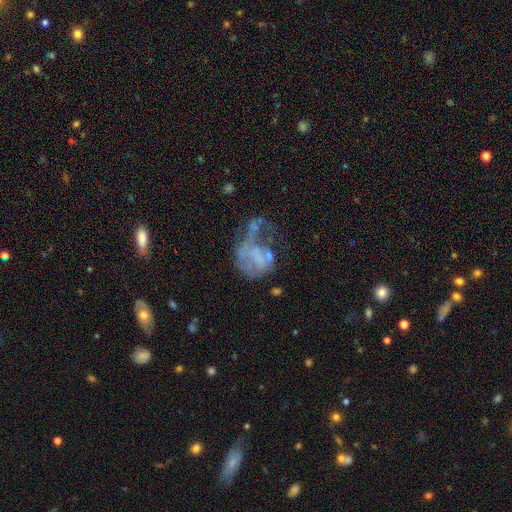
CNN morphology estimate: featured or disk 54%, smooth 30%, star or artifact 15%. Down the decision tree: edge-on disk — no (98%); bar — no (84%); spiral arms — no (82%); bulge size — none (77%); merging — major disturbance (52%).